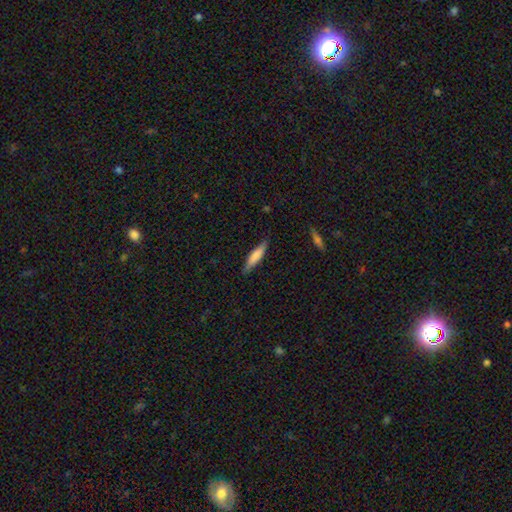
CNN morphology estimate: Smooth or featured: smooth — 71% (featured or disk — 23%)
How rounded: cigar-shaped — 82% (in between — 17%)
Merging: none — 83% (minor disturbance — 13%)